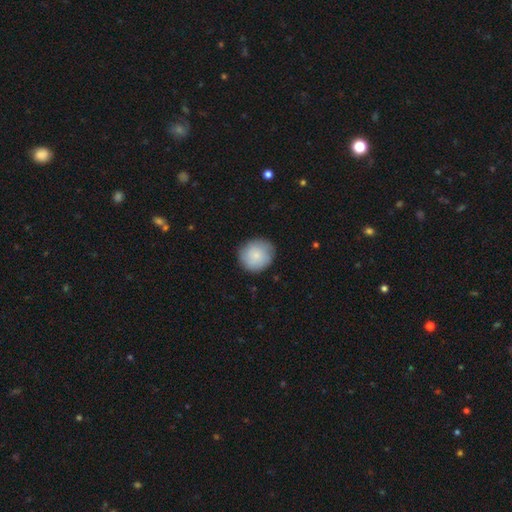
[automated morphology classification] A smooth galaxy with no disk features (83%) that is round (87%). Merging: none (83%).